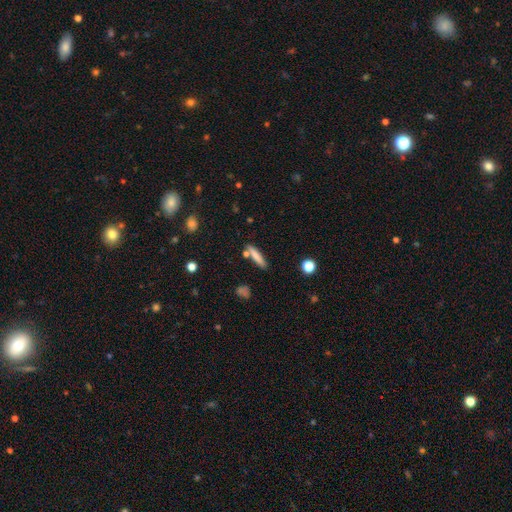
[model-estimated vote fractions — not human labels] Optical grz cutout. It shows a smooth galaxy with no disk features (76%) that is cigar-shaped (85%). Merging: none (78%).